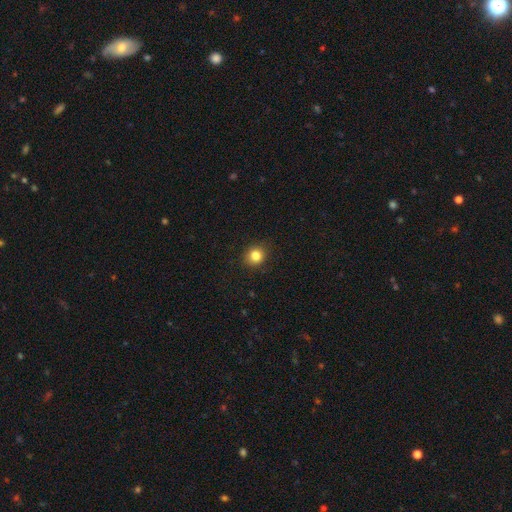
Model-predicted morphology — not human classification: This is clearly a smooth galaxy (83%). How rounded: clearly round (84%). Merging: clearly none (89%).